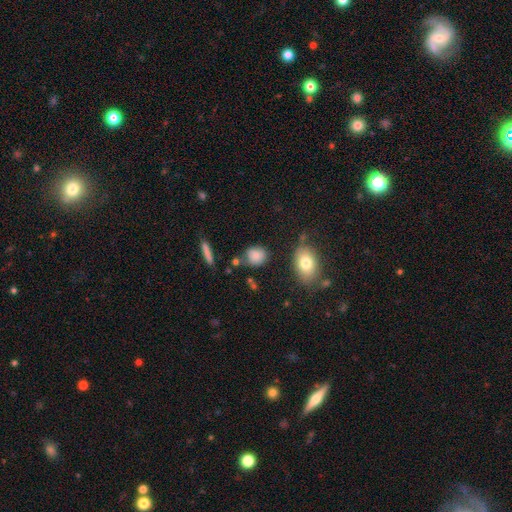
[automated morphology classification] smooth 80%, star or artifact 10%, featured or disk 10%. Down the decision tree: how rounded — round (69%); merging — none (71%).